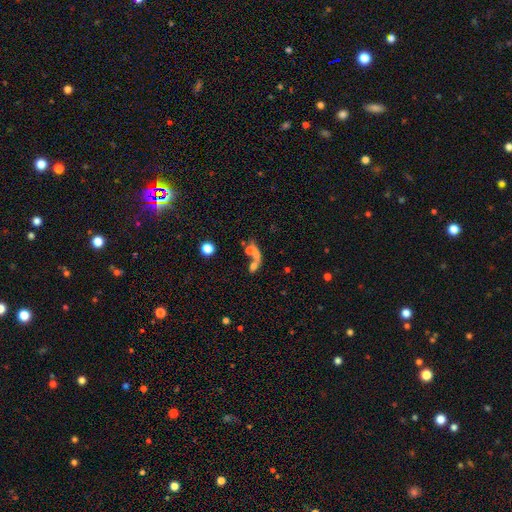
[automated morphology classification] Smooth or featured: smooth — 44% (featured or disk — 33%)
Merging: merger — 54% (none — 25%)